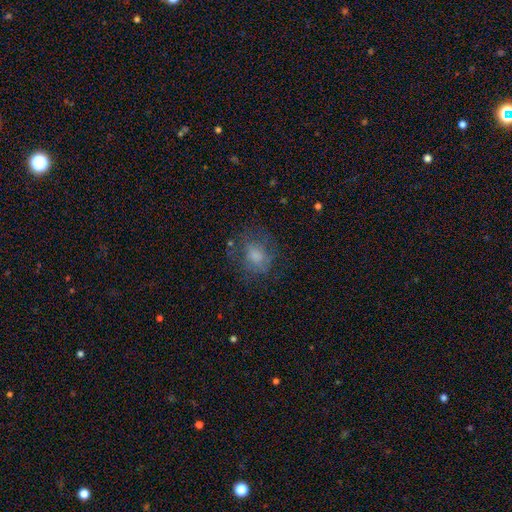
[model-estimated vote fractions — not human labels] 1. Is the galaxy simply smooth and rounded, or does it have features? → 62% smooth, 25% featured or disk, 12% star or artifact.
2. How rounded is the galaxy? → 55% round, 43% in between, 1% cigar-shaped.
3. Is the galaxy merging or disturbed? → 58% none, 21% minor disturbance, 19% major disturbance, 2% merger.